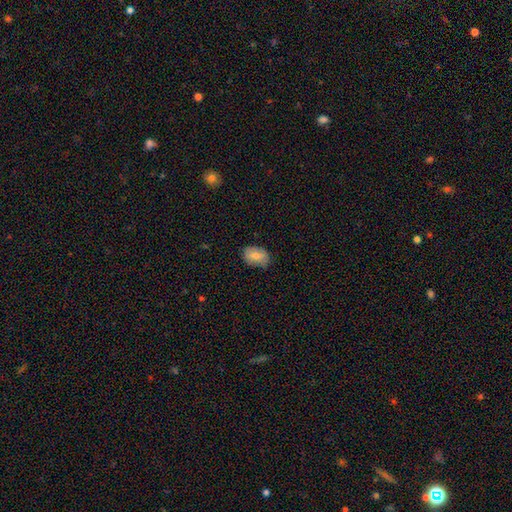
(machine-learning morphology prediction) The model was most divided on "merging": none: 75%, minor disturbance: 20%, major disturbance: 4%, merger: 1%. More confident: how rounded — in between (81%); smooth or featured — smooth (76%).